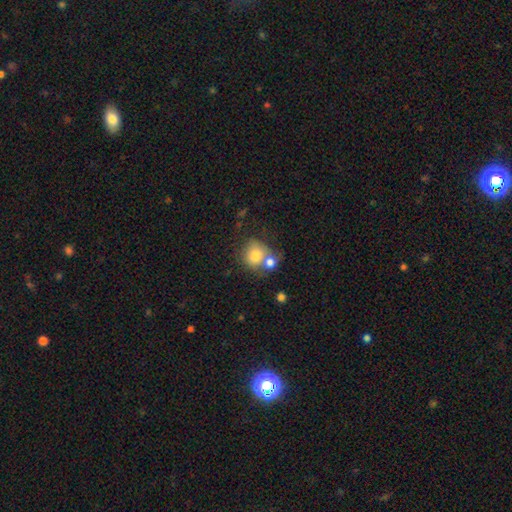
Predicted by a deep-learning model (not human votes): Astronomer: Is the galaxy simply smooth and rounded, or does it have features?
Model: smooth — 76%.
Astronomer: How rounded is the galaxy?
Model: round — 76%.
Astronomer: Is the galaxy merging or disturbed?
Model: merger — 44% (runner-up: none, 38%).